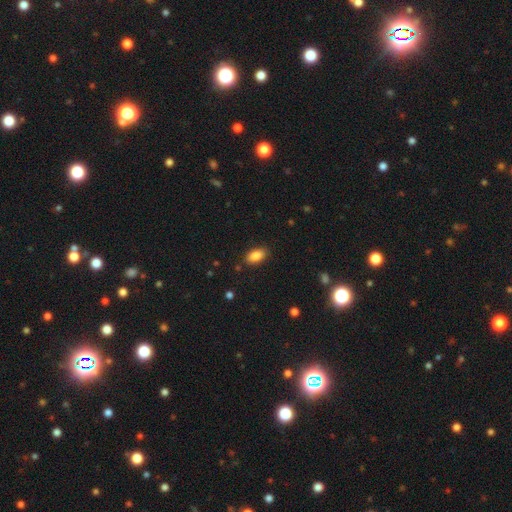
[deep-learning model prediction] This appears to be a smooth galaxy with no disk features (87%) that is in between round and cigar-shaped (91%). Merging: none (86%).